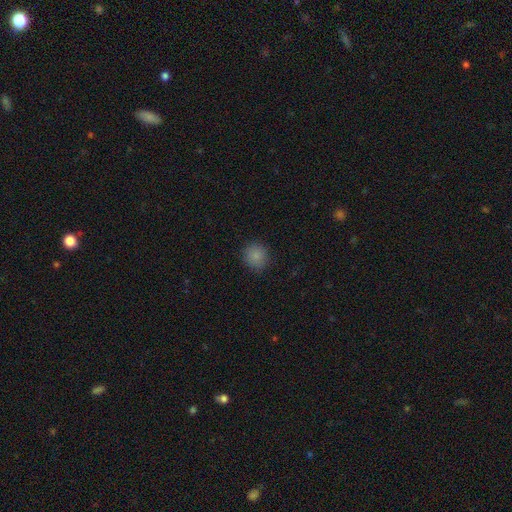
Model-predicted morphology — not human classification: Smooth or featured? smooth (85%)
How rounded? round (89%)
Merging? none (88%)